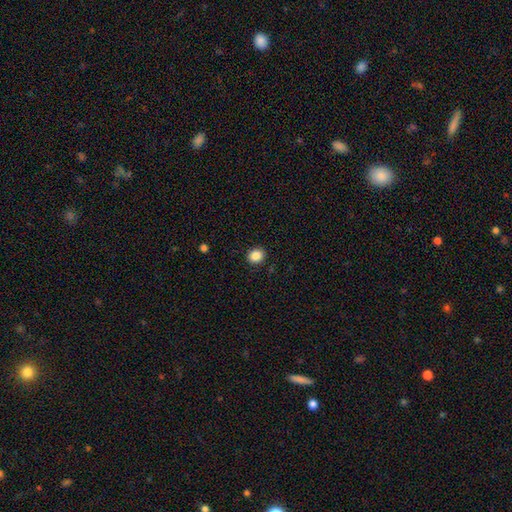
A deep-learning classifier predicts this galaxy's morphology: Smooth or featured? smooth (87%)
How rounded? round (70%)
Merging? none (90%)